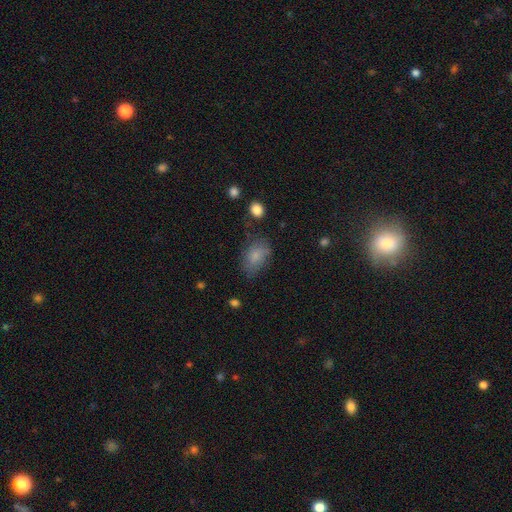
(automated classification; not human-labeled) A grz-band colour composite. It shows a smooth galaxy with no disk features (80%) that is in between round and cigar-shaped (86%). Merging: none (63%).